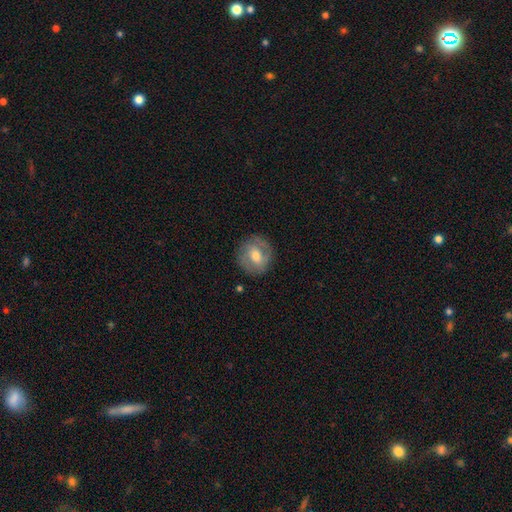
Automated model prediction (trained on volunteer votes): Morphology: type=featured or disk (51%); edge-on=no (95%); merging=none (81%).